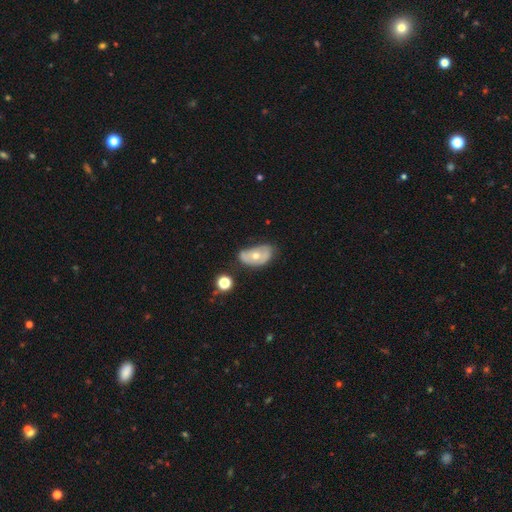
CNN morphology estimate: Smooth or featured? Predicted: featured or disk (p=0.46, tied with smooth). Merging? Predicted: none (p=0.40).